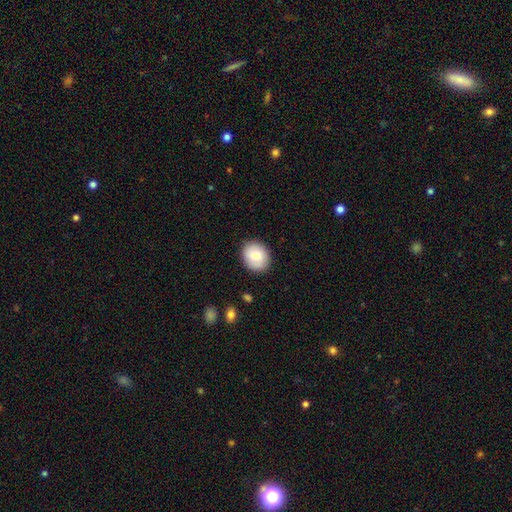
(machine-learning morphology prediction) Smooth or featured?
  - smooth: 74% *
  - featured or disk: 18%
  - star or artifact: 8%
How rounded?
  - round: 67% *
  - in between: 33%
  - cigar-shaped: 1%
Merging?
  - none: 87% *
  - minor disturbance: 10%
  - major disturbance: 2%
  - merger: 1%